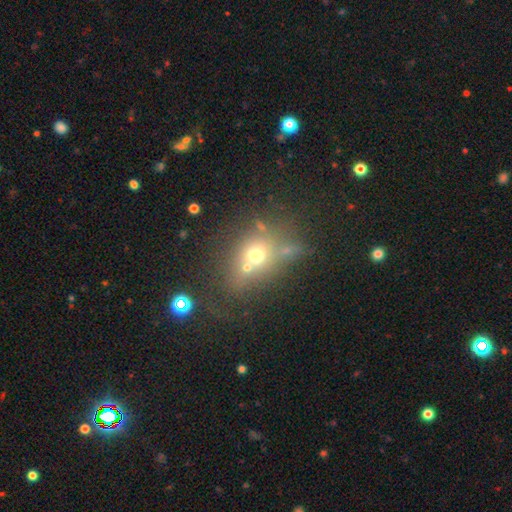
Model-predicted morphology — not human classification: Smooth or featured: smooth — 56% (star or artifact — 22%)
How rounded: round — 60% (in between — 38%)
Merging: none — 47% (merger — 30%)